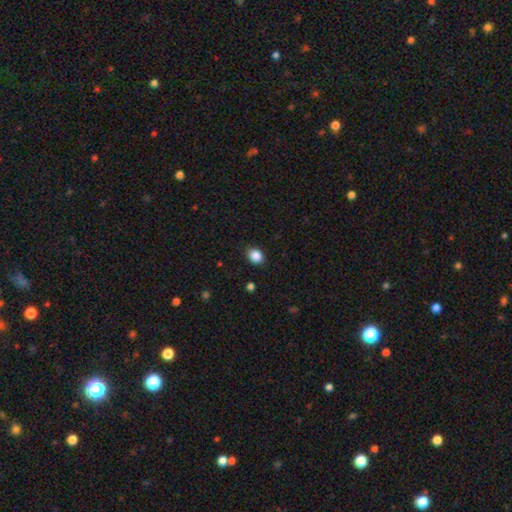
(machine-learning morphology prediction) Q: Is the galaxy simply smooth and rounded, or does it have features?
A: smooth — 87%.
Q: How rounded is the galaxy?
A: in between — 57%.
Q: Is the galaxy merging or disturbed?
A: none — 89%.